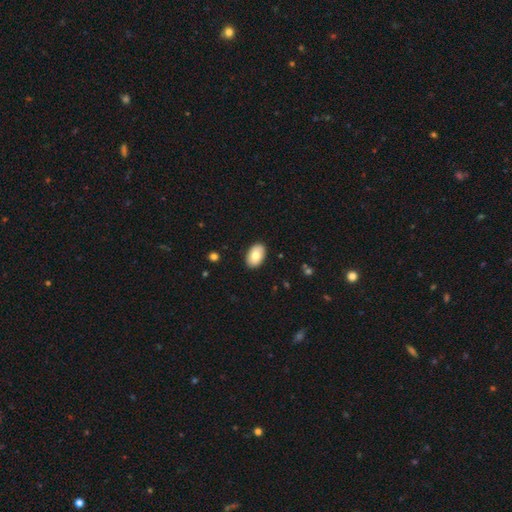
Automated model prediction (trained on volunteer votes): Smooth or featured? Predicted: smooth (p=0.77). How rounded? Predicted: in between (p=0.91). Merging? Predicted: none (p=0.89).